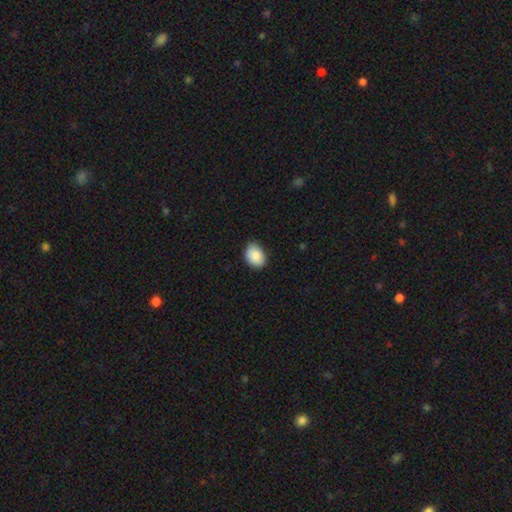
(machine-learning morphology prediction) This appears to be a smooth galaxy with no disk features (87%) that is in between round and cigar-shaped (69%). Merging: none (82%).